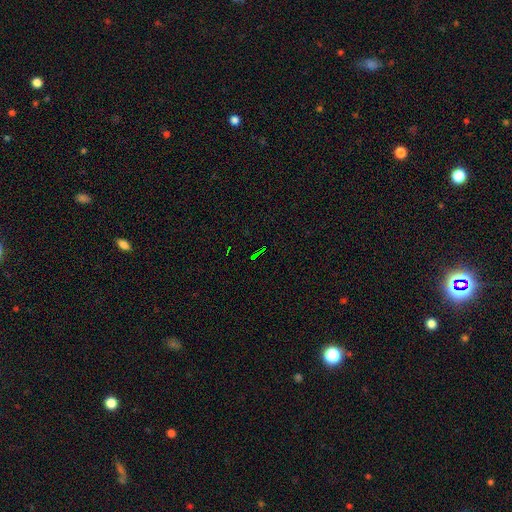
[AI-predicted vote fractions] Smooth or featured? Predicted: star or artifact (p=0.72).